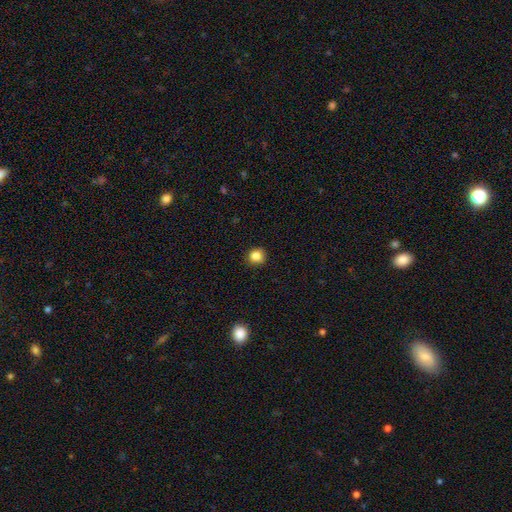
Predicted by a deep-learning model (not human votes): Q: Smooth or featured?
A: smooth (84%); runner-up: star or artifact (11%)
Q: How rounded?
A: round (87%); runner-up: in between (12%)
Q: Merging?
A: none (89%); runner-up: minor disturbance (8%)